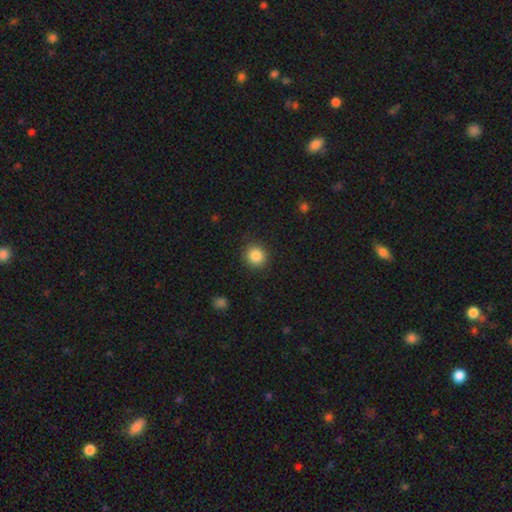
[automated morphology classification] Q: Smooth or featured?
A: smooth (86%); runner-up: star or artifact (10%)
Q: How rounded?
A: round (91%); runner-up: in between (8%)
Q: Merging?
A: none (90%); runner-up: minor disturbance (7%)